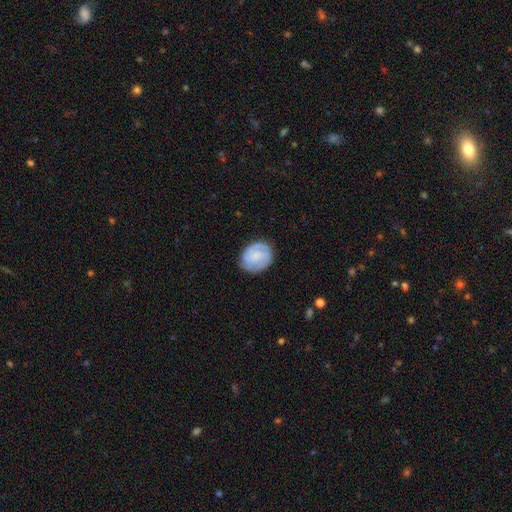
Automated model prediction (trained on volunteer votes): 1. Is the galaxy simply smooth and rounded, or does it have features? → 54% featured or disk, 39% smooth, 7% star or artifact.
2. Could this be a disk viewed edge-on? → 98% no, 2% yes.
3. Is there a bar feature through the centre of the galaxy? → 67% no, 29% weak, 4% strong.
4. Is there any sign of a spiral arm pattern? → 88% yes, 12% no.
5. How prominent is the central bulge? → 41% small, 35% none, 19% moderate, 3% large, 1% dominant.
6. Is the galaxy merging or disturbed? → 77% none, 16% minor disturbance, 5% major disturbance, 1% merger.